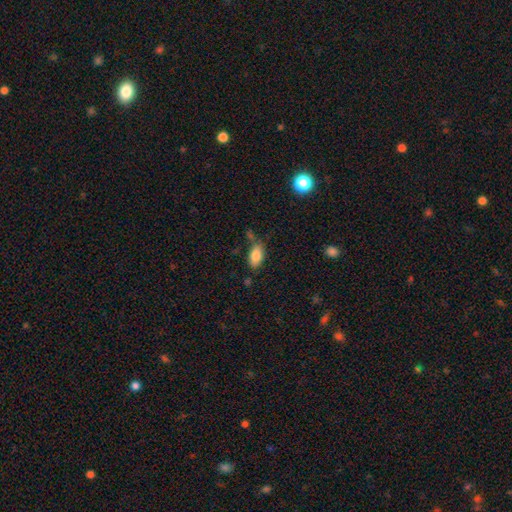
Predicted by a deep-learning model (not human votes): A smooth galaxy with no disk features (83%) that is in between round and cigar-shaped (91%). Merging: none (68%).